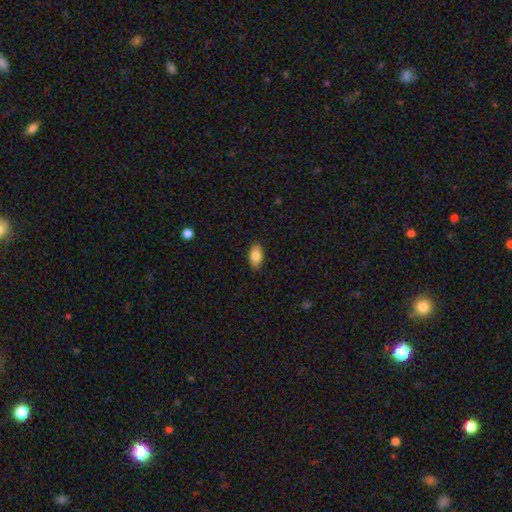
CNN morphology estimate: Smooth or featured? smooth (82%)
How rounded? in between (91%)
Merging? none (88%)